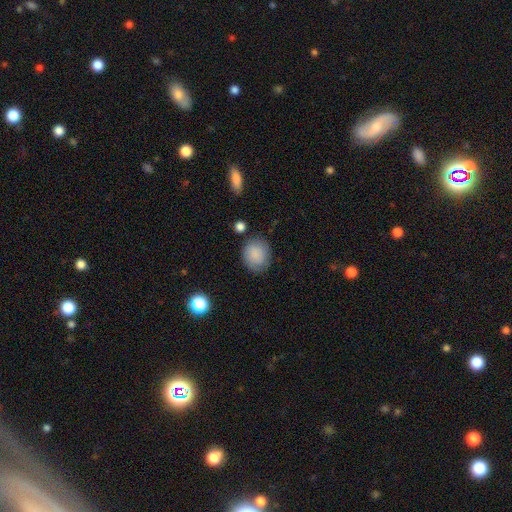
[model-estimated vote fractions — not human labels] This appears to be a smooth galaxy with no disk features (86%) that is round (67%). Merging: none (79%).